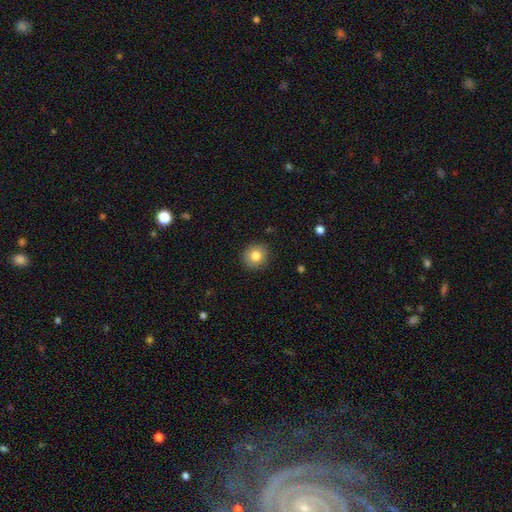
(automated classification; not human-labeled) A smooth galaxy with no disk features (81%) that is round (88%). Merging: none (89%).